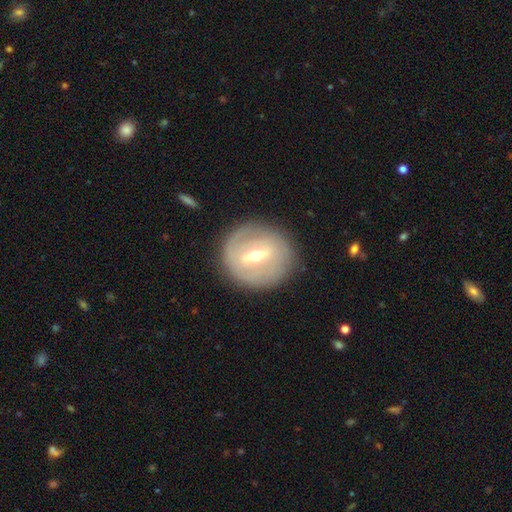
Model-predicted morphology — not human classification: smooth_or_featured: featured or disk (p=0.72) [alt: smooth p=0.22]
disk_edge_on: no (p=0.91) [alt: yes p=0.09]
bar: strong (p=0.48) [alt: weak p=0.40]
has_spiral_arms: yes (p=0.51) [alt: no p=0.49]
bulge_size: moderate (p=0.58) [alt: small p=0.37]
merging: none (p=0.83) [alt: minor disturbance p=0.11]